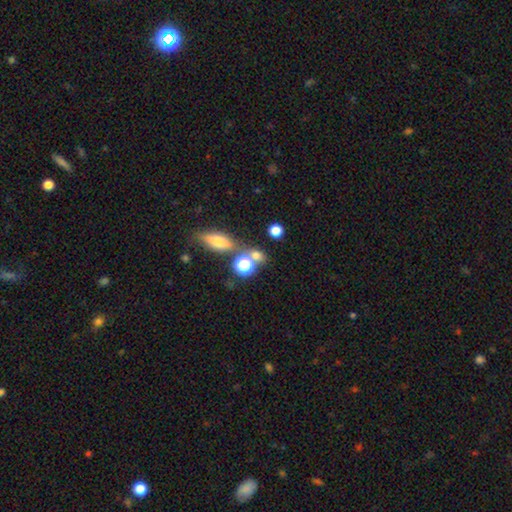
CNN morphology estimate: Overall: smooth (68%). How rounded: round (66%; in between 29%). Merging: none (65%).